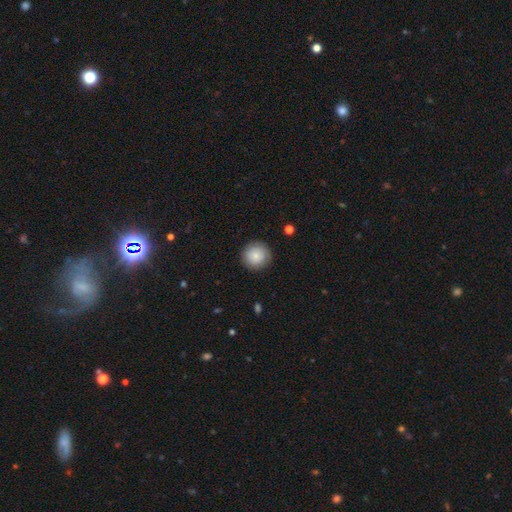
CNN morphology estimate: Overall: smooth (82%). How rounded: round (95%). Merging: none (88%).